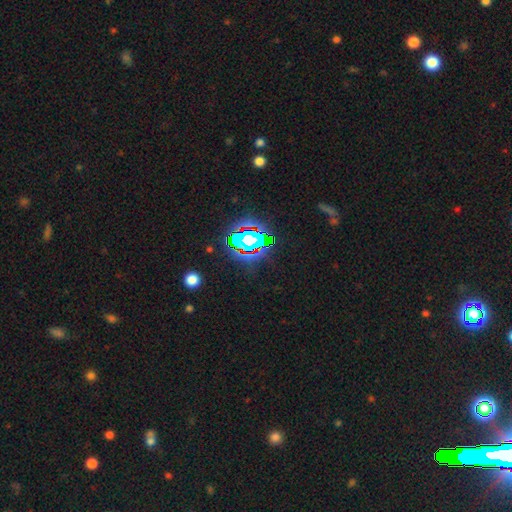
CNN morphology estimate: type=star or artifact (79%).